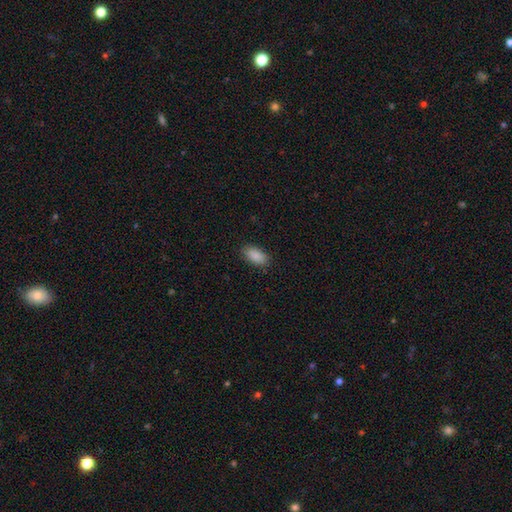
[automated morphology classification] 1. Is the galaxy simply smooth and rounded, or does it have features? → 90% smooth, 7% star or artifact, 3% featured or disk.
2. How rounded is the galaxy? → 92% in between, 5% cigar-shaped, 3% round.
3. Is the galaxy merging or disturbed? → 87% none, 10% minor disturbance, 2% major disturbance, 1% merger.